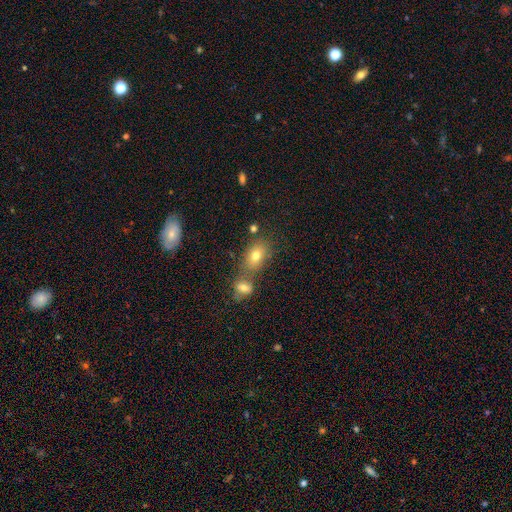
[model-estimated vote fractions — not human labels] Morphology: type=smooth (74%); roundness=in between (76%); merging=none (54%).